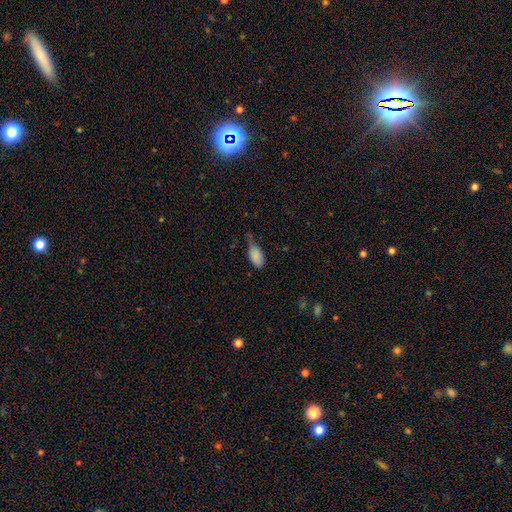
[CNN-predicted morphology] Smooth or featured? Predicted: smooth (p=0.86). How rounded? Predicted: in between (p=0.92). Merging? Predicted: minor disturbance (p=0.46).